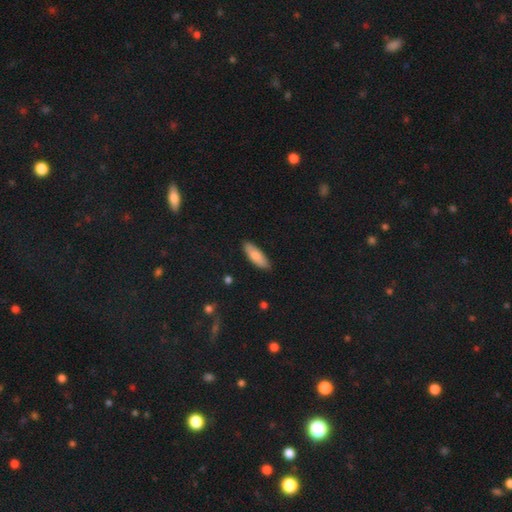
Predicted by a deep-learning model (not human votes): smooth_or_featured: smooth (p=0.82) [alt: featured or disk p=0.12]
how_rounded: in between (p=0.57) [alt: cigar-shaped p=0.41]
merging: none (p=0.85) [alt: minor disturbance p=0.11]